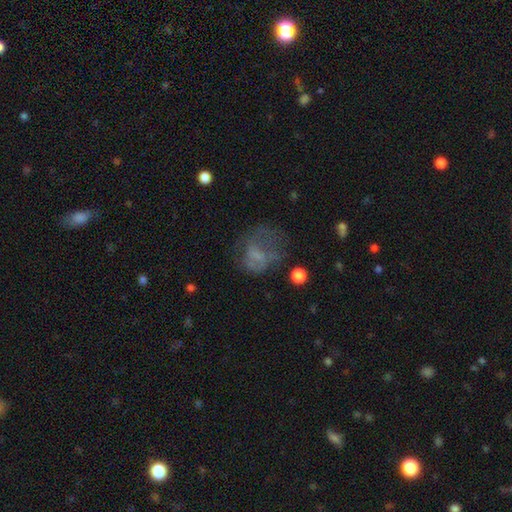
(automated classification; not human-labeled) Morphology: type=smooth (43%); merging=major disturbance (40%).